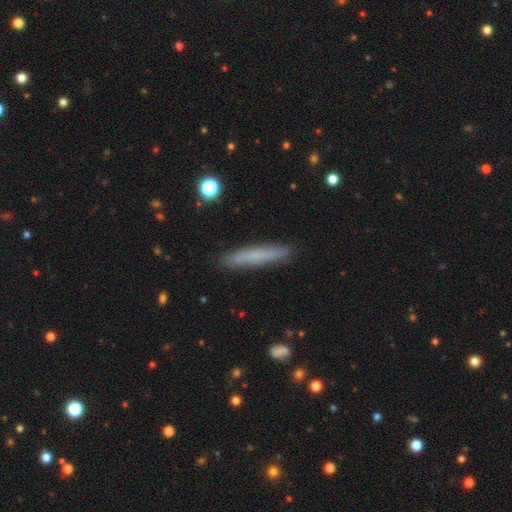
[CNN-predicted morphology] A smooth galaxy with no disk features (70%) that is cigar-shaped (94%). Merging: none (89%).